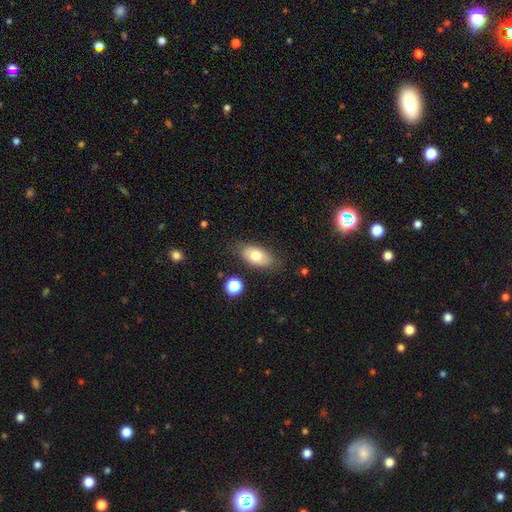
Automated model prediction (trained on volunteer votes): A smooth galaxy with no disk features (73%) that is in between round and cigar-shaped (90%).

Vote fractions:
- Smooth or featured? smooth: 73% / featured or disk: 19% / star or artifact: 8%
- How rounded? in between: 90% / round: 6% / cigar-shaped: 3%
- Merging? none: 80% / minor disturbance: 14% / major disturbance: 4% / merger: 2%